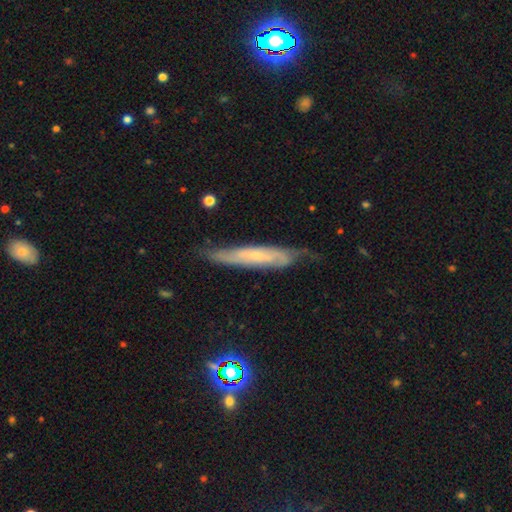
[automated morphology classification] Smooth or featured: featured or disk — 66% (smooth — 27%)
Edge-on disk: yes — 50% (tied with no — 50%)
Merging: none — 65% (minor disturbance — 26%)